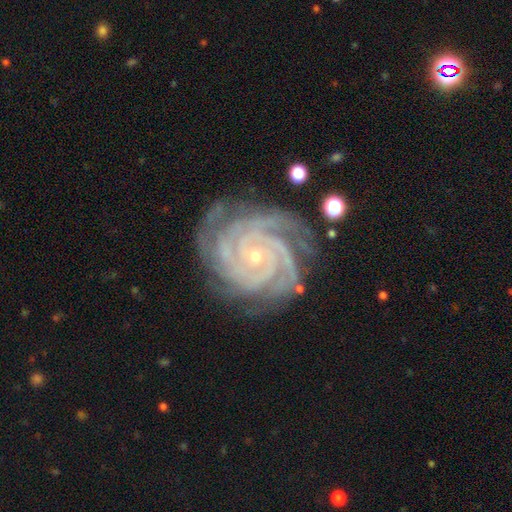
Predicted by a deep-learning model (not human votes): Smooth or featured? featured or disk (93%)
Edge-on disk? no (98%)
Bar? no (73%)
Spiral arms? yes (99%)
Spiral winding? tight (84%)
Spiral arm count? 4 (36%)
Bulge size? small (78%)
Merging? none (78%)